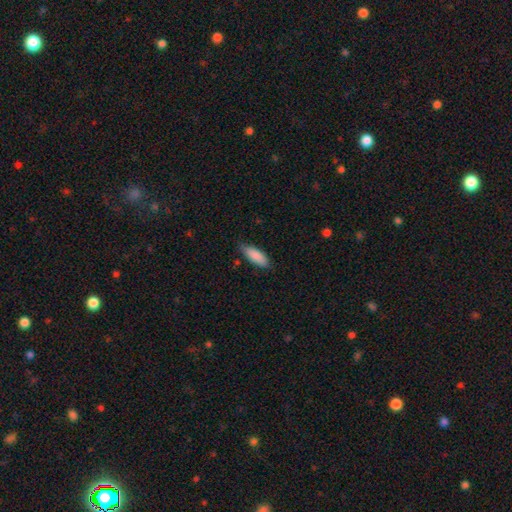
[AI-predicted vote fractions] Smooth or featured?
  - smooth: 88% *
  - featured or disk: 7%
  - star or artifact: 6%
How rounded?
  - in between: 71% *
  - cigar-shaped: 27%
  - round: 2%
Merging?
  - none: 70% *
  - minor disturbance: 25%
  - major disturbance: 3%
  - merger: 2%